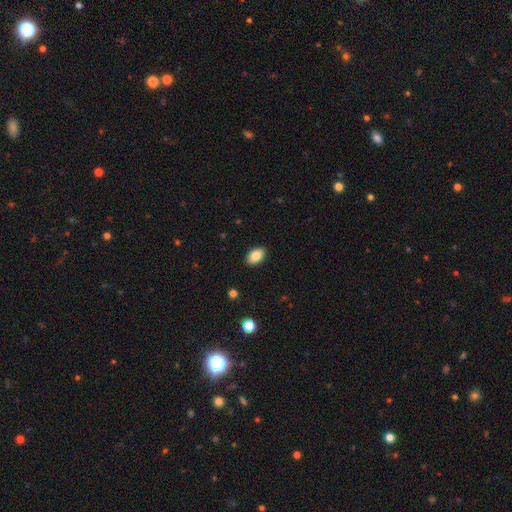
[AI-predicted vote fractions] This appears to be a smooth galaxy with no disk features (86%) that is in between round and cigar-shaped (91%). Merging: none (89%).